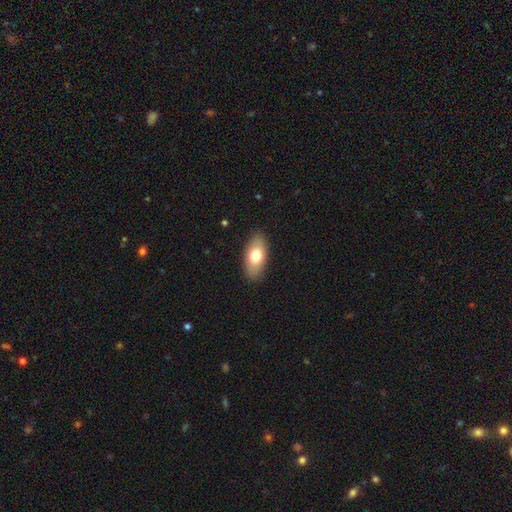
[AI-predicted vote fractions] Smooth or featured? Predicted: smooth (p=0.73). How rounded? Predicted: in between (p=0.89). Merging? Predicted: none (p=0.88).